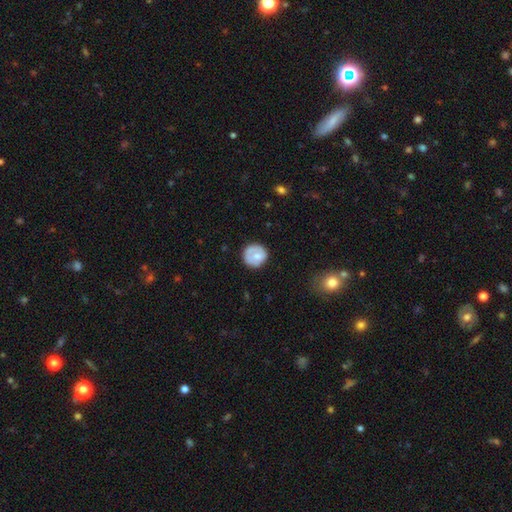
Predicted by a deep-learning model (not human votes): A smooth galaxy with no disk features (63%) that is round (90%).

Vote fractions:
- Smooth or featured? smooth: 63% / featured or disk: 31% / star or artifact: 6%
- How rounded? round: 90% / in between: 9% / cigar-shaped: 1%
- Merging? none: 75% / minor disturbance: 17% / major disturbance: 5% / merger: 2%